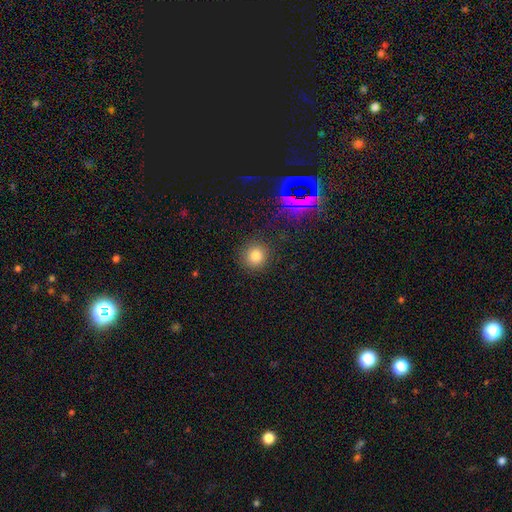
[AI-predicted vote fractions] Smooth or featured? smooth (76%)
How rounded? round (91%)
Merging? none (88%)